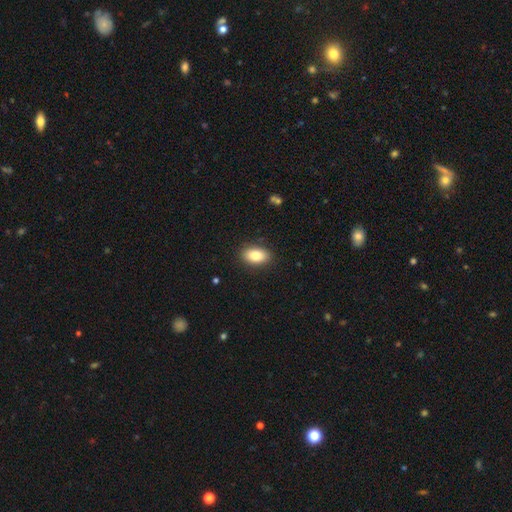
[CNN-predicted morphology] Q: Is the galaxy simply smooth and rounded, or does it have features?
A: smooth — 83%.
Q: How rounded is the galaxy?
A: in between — 90%.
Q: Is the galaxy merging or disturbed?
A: none — 88%.